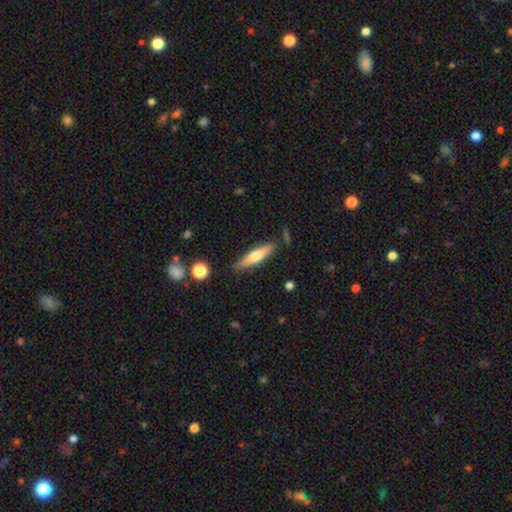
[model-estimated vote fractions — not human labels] smooth 56%, featured or disk 38%, star or artifact 6%. Down the decision tree: how rounded — cigar-shaped (80%); merging — none (82%).